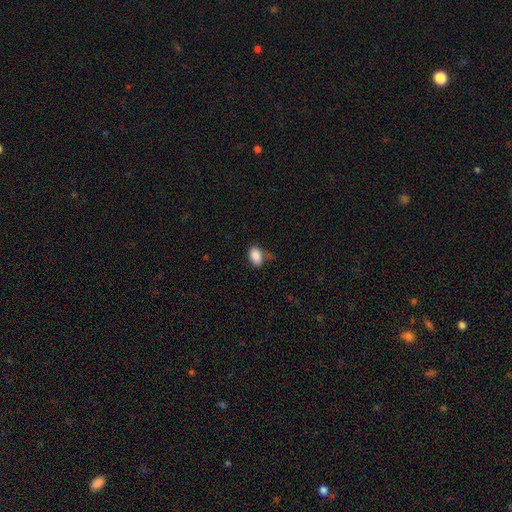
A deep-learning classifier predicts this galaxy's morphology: Q: Smooth or featured?
A: smooth (88%); runner-up: star or artifact (8%)
Q: How rounded?
A: in between (87%); runner-up: round (11%)
Q: Merging?
A: none (68%); runner-up: minor disturbance (22%)